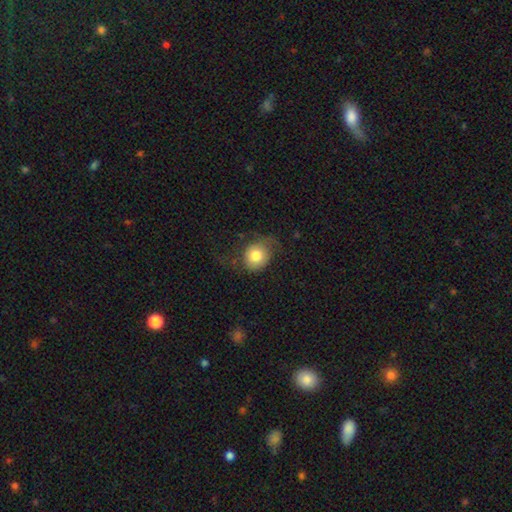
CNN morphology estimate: A smooth galaxy with no disk features (75%) that is round (73%).

Vote fractions:
- Smooth or featured? smooth: 75% / featured or disk: 17% / star or artifact: 8%
- How rounded? round: 73% / in between: 26% / cigar-shaped: 1%
- Merging? none: 51% / minor disturbance: 26% / major disturbance: 22% / merger: 2%